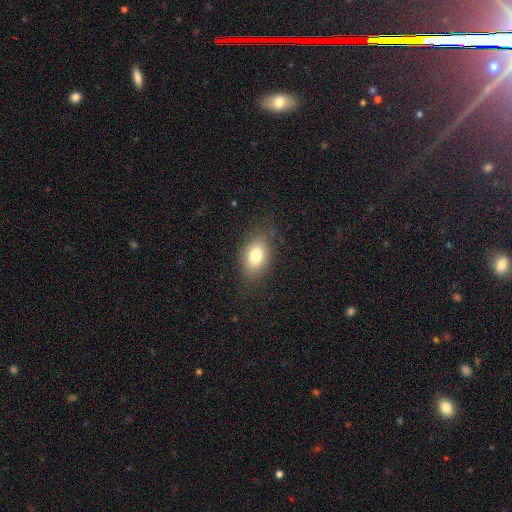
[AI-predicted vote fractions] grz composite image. It shows a smooth galaxy with no disk features (78%) that is in between round and cigar-shaped (82%). Merging: none (79%).